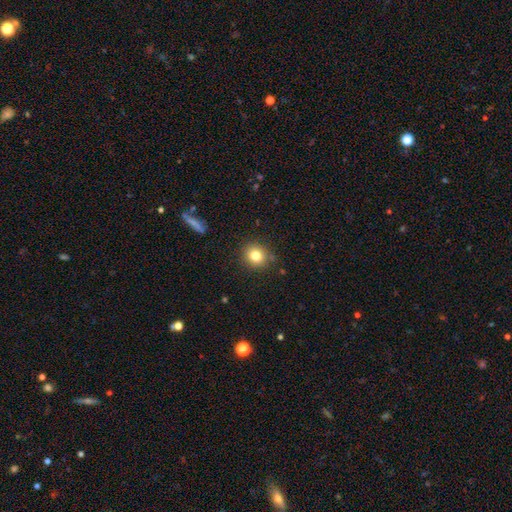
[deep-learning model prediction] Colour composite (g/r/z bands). It shows a smooth galaxy with no disk features (80%) that is round (84%). Merging: none (85%).